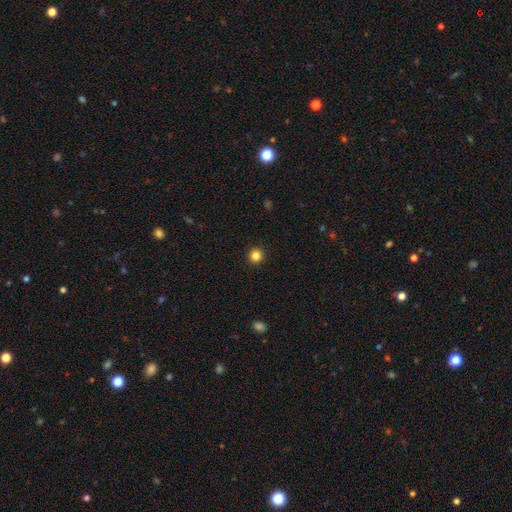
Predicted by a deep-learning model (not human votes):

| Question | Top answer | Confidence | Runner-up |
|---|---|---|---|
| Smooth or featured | smooth | 84% | star or artifact (12%) |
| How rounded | round | 95% | in between (4%) |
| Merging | none | 93% | minor disturbance (4%) |